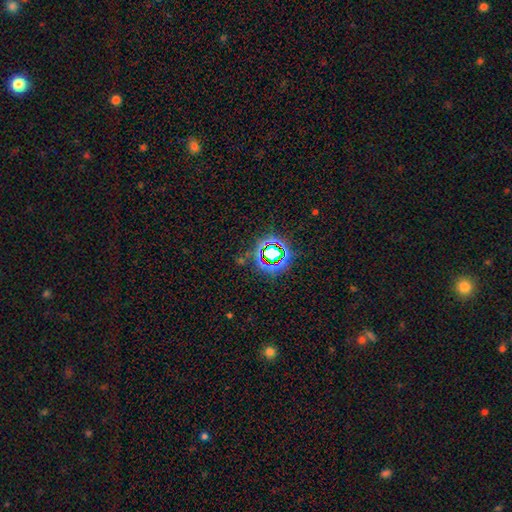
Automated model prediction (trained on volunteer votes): Overall: star or artifact (74%).